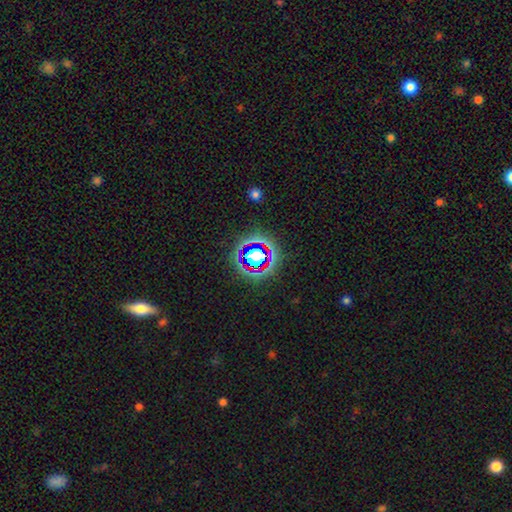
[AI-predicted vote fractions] Morphology: type=star or artifact (57%).